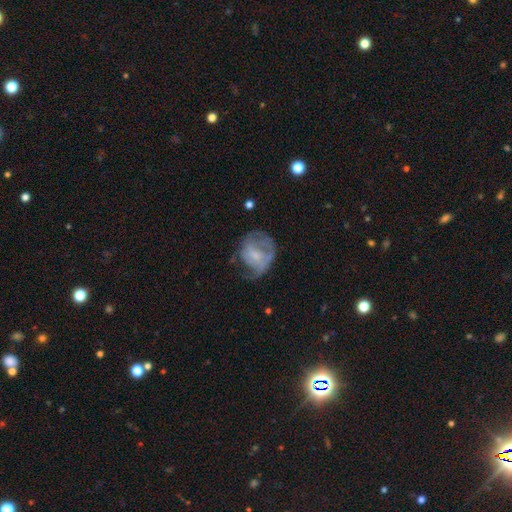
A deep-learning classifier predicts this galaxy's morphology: Smooth or featured?
  - featured or disk: 54% *
  - smooth: 38%
  - star or artifact: 8%
Edge-on disk?
  - no: 97% *
  - yes: 3%
Bar?
  - no: 57% *
  - weak: 36%
  - strong: 7%
Spiral arms?
  - yes: 54% *
  - no: 46%
Bulge size?
  - small: 41% *
  - moderate: 29%
  - none: 25%
  - large: 4%
  - dominant: 1%
Merging?
  - none: 36% *
  - major disturbance: 34%
  - minor disturbance: 28%
  - merger: 2%